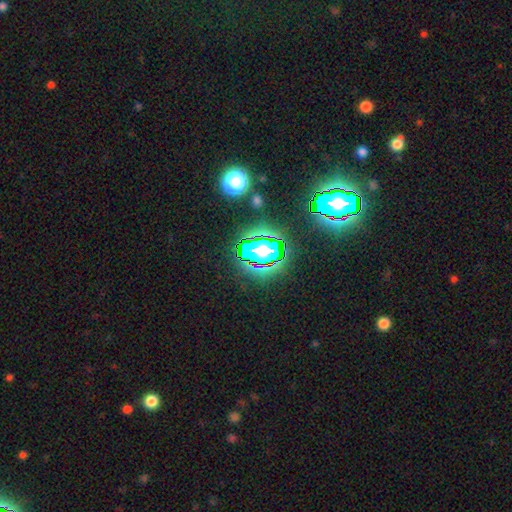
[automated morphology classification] type=star or artifact (77%).